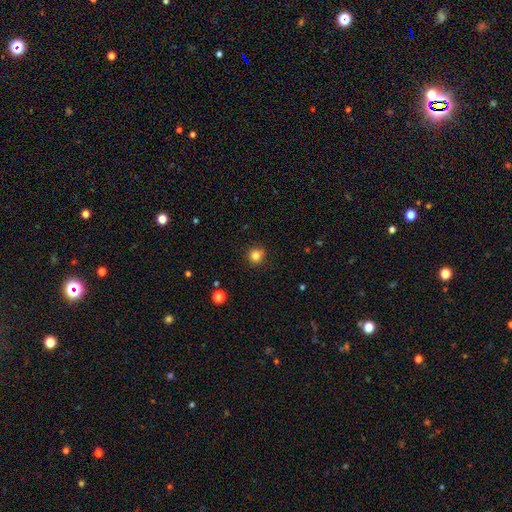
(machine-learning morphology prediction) Q: Smooth or featured?
A: smooth (83%); runner-up: star or artifact (12%)
Q: How rounded?
A: round (91%); runner-up: in between (8%)
Q: Merging?
A: none (89%); runner-up: minor disturbance (7%)